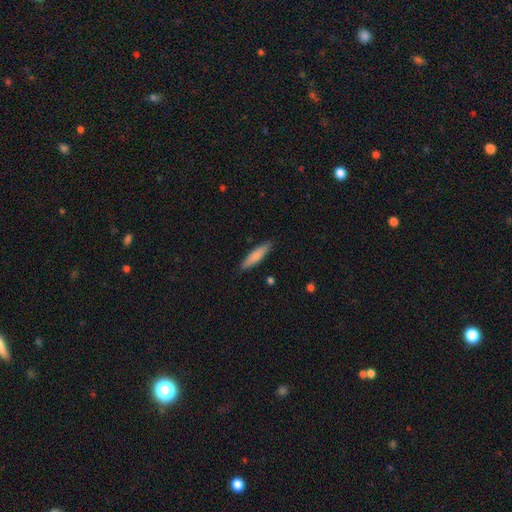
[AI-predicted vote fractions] smooth-or-featured: smooth: 80% | featured or disk: 14% | star or artifact: 6%
  how-rounded: cigar-shaped: 79% | in between: 20% | round: 1%
  merging: none: 88% | minor disturbance: 9% | major disturbance: 2% | merger: 1%